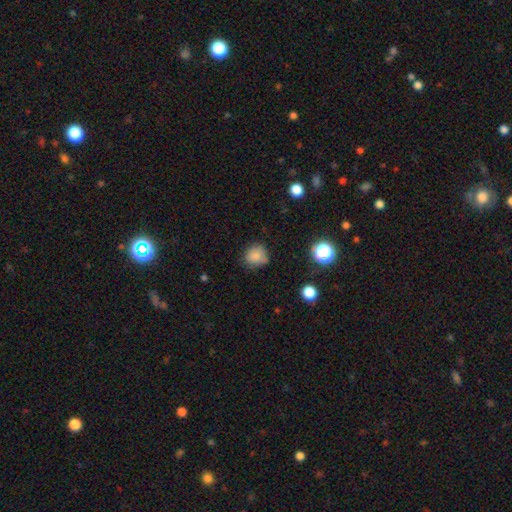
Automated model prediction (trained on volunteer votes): A smooth galaxy with no disk features (81%) that is round (79%). Merging: none (69%).